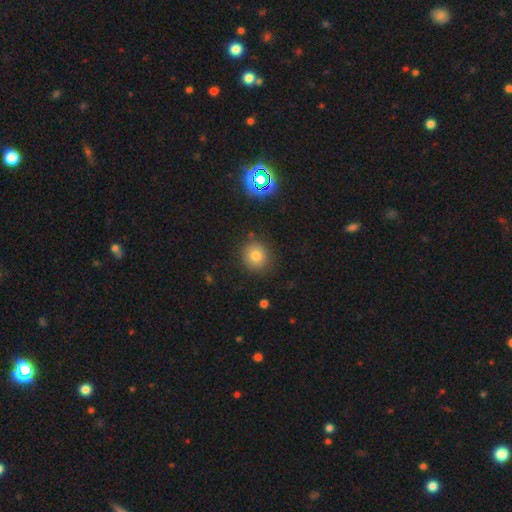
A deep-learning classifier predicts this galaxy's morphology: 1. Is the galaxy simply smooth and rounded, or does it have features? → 76% smooth, 16% star or artifact, 9% featured or disk.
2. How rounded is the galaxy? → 89% round, 10% in between, 1% cigar-shaped.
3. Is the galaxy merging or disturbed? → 86% none, 9% minor disturbance, 3% major disturbance, 2% merger.